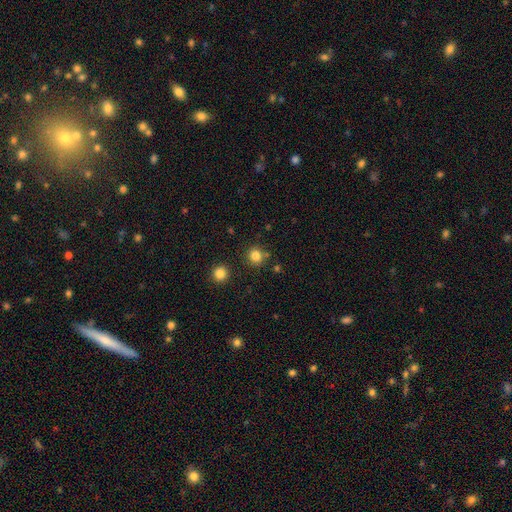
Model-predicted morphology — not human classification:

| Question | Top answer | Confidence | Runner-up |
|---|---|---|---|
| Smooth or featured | smooth | 83% | star or artifact (13%) |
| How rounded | round | 91% | in between (8%) |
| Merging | none | 84% | minor disturbance (8%) |